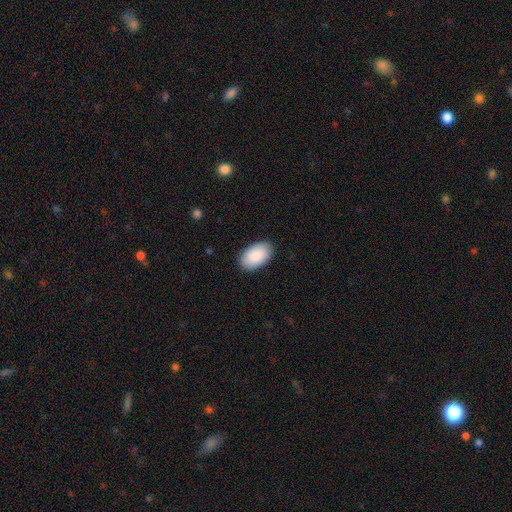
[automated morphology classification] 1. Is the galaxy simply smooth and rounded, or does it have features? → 88% smooth, 6% featured or disk, 5% star or artifact.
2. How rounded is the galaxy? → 95% in between, 4% round, 1% cigar-shaped.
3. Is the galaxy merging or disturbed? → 88% none, 9% minor disturbance, 2% major disturbance, 1% merger.